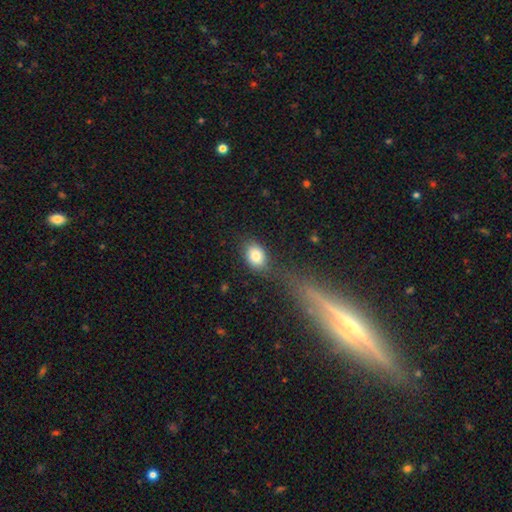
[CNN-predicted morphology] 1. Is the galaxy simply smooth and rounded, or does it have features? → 82% smooth, 9% featured or disk, 9% star or artifact.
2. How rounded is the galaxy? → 68% in between, 31% round, 2% cigar-shaped.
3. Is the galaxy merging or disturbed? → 64% none, 17% minor disturbance, 11% merger, 8% major disturbance.